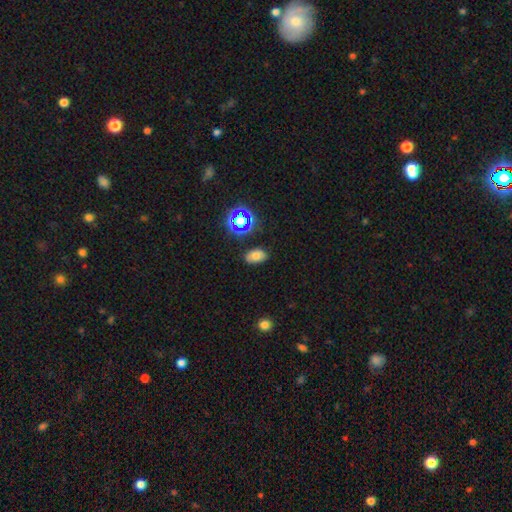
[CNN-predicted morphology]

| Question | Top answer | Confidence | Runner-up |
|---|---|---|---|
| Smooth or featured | smooth | 66% | star or artifact (20%) |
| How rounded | in between | 86% | round (12%) |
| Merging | none | 80% | minor disturbance (14%) |